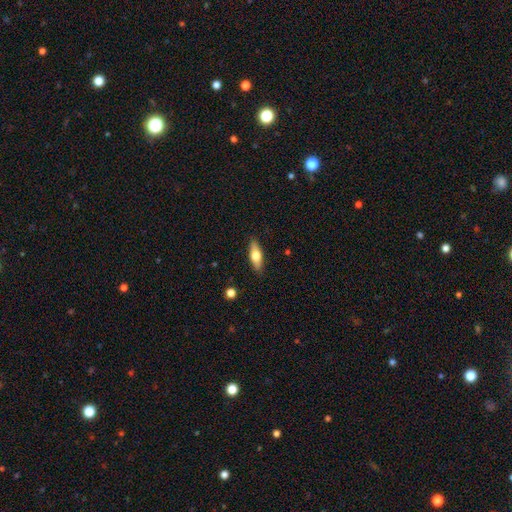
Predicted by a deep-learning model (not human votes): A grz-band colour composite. It shows a smooth galaxy with no disk features (59%) that is in between round and cigar-shaped (60%). Merging: none (88%).